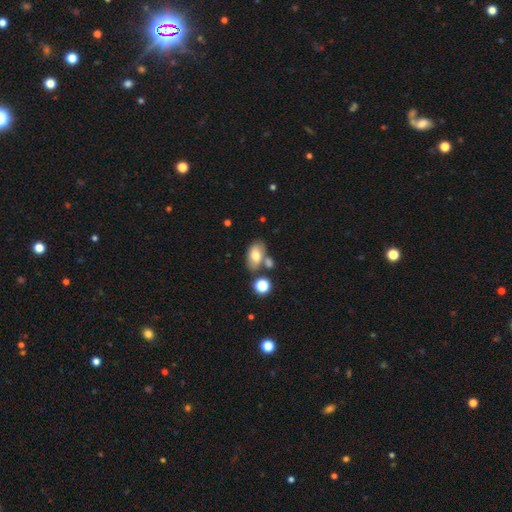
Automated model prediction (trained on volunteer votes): Smooth or featured: smooth — 71% (featured or disk — 20%)
How rounded: in between — 89% (round — 8%)
Merging: none — 59% (merger — 22%)